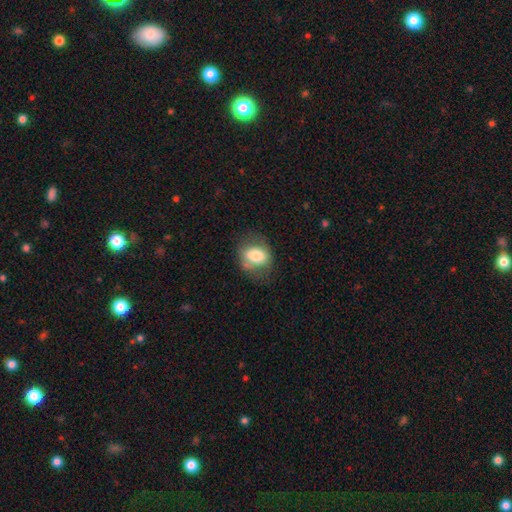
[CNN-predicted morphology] This is likely a smooth galaxy (71%). How rounded: likely in between (67%). Merging: likely none (62%).